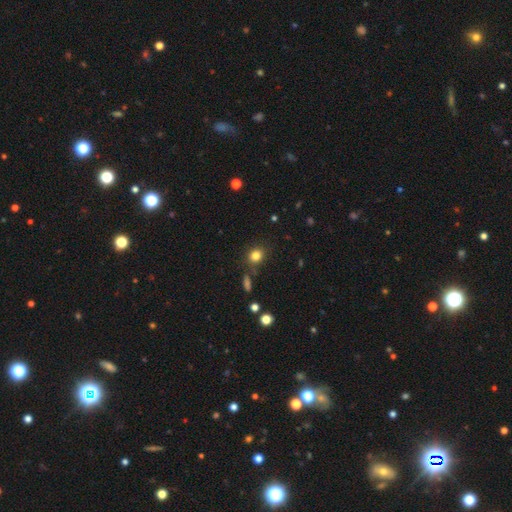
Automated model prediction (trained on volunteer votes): Q: Smooth or featured?
A: smooth (81%); runner-up: star or artifact (13%)
Q: How rounded?
A: round (72%); runner-up: in between (27%)
Q: Merging?
A: none (80%); runner-up: minor disturbance (11%)